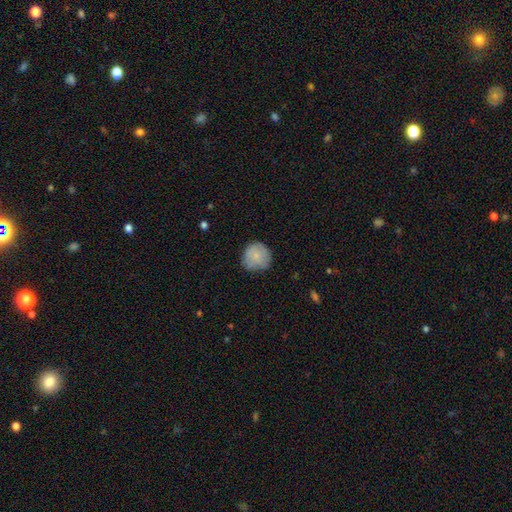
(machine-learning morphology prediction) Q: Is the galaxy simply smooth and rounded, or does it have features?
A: smooth — 74%.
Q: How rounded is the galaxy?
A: round — 90%.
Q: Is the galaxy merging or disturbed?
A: none — 74%.